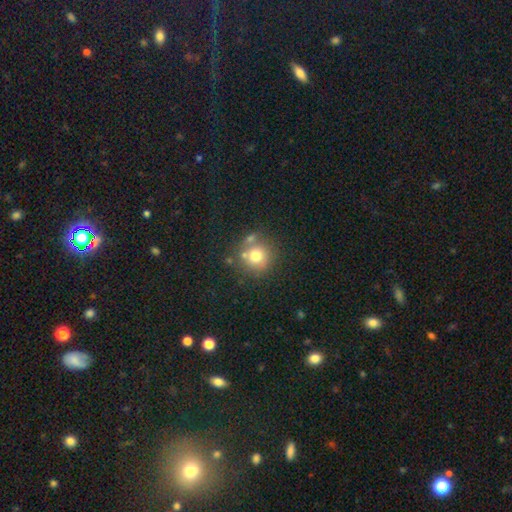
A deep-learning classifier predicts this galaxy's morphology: Q: Smooth or featured?
A: smooth (74%); runner-up: star or artifact (13%)
Q: How rounded?
A: round (91%); runner-up: in between (8%)
Q: Merging?
A: none (67%); runner-up: merger (16%)